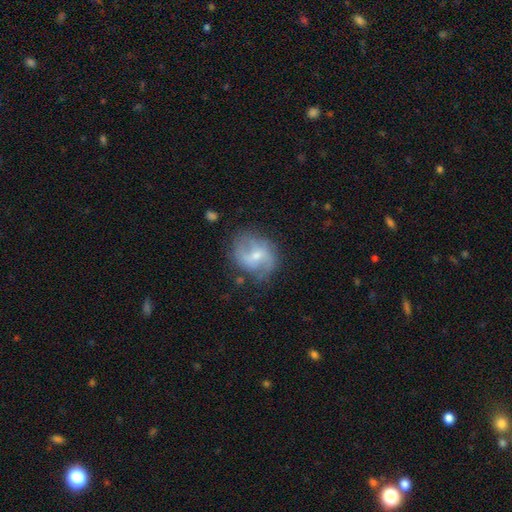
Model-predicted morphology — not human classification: Smooth or featured? Predicted: featured or disk (p=0.72). Edge-on disk? Predicted: no (p=0.98). Bar? Predicted: weak (p=0.52). Spiral arms? Predicted: yes (p=0.89). Spiral winding? Predicted: loose (p=0.44). Spiral arm count? Predicted: 2 (p=0.81). Bulge size? Predicted: small (p=0.55). Merging? Predicted: none (p=0.68).